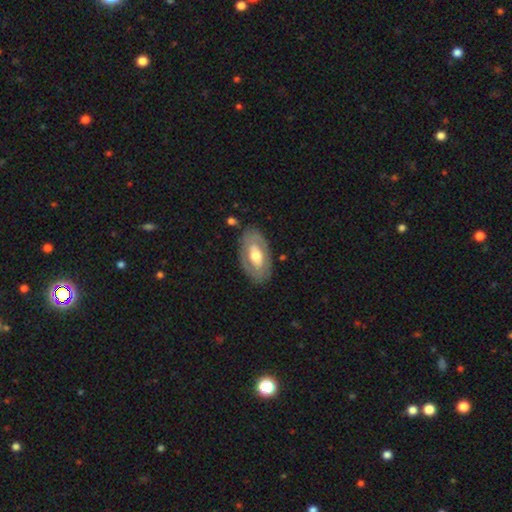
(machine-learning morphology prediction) Smooth or featured: featured or disk — 59% (smooth — 36%)
Edge-on disk: no — 89% (yes — 11%)
Bar: no — 55% (weak — 28%)
Spiral arms: no — 67% (yes — 33%)
Bulge size: moderate — 64% (large — 22%)
Merging: none — 80% (minor disturbance — 13%)